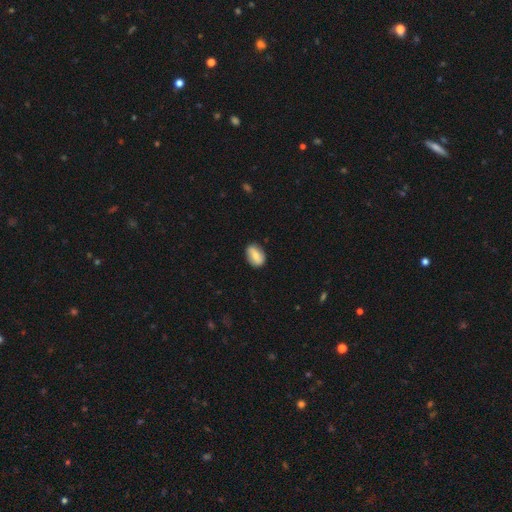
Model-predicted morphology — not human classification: Smooth or featured? smooth (65%)
How rounded? in between (80%)
Merging? none (82%)